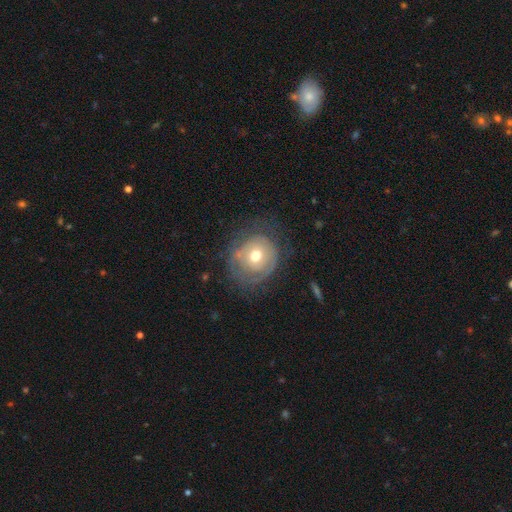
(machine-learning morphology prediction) This is possibly a featured or disk galaxy (46%). Merging: possibly none (59%).